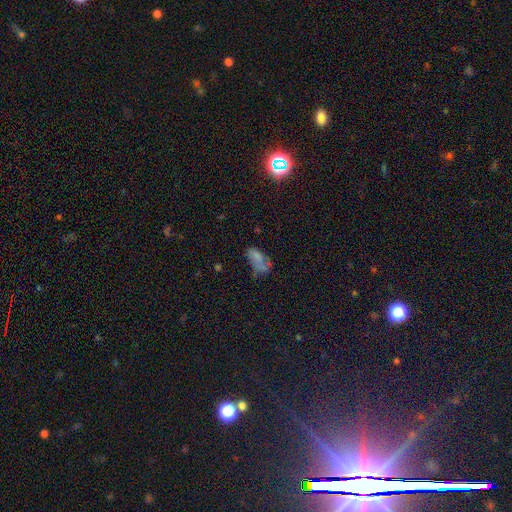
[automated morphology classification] Overall: smooth (48%; featured or disk 26%). Merging: none (34%; major disturbance 29%).